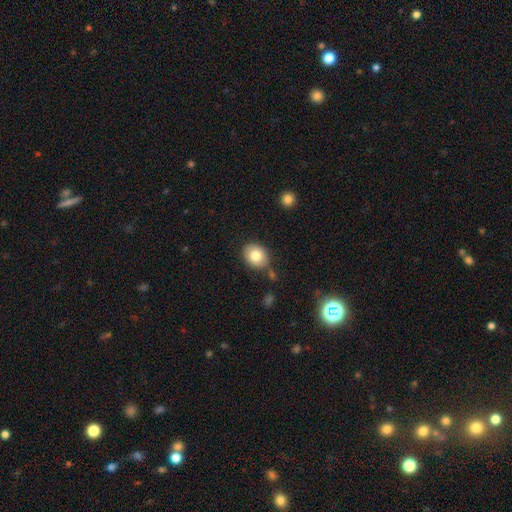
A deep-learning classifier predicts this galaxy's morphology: smooth 80%, featured or disk 12%, star or artifact 9%. Down the decision tree: how rounded — round (52%); merging — none (74%).